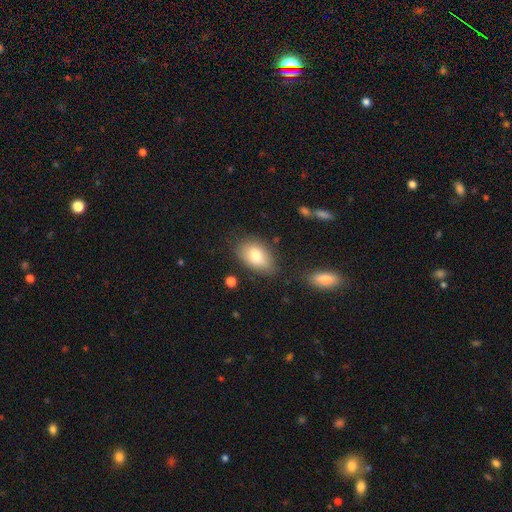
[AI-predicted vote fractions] smooth_or_featured: smooth (p=0.77) [alt: featured or disk p=0.15]
how_rounded: in between (p=0.87) [alt: round p=0.11]
merging: none (p=0.75) [alt: minor disturbance p=0.17]